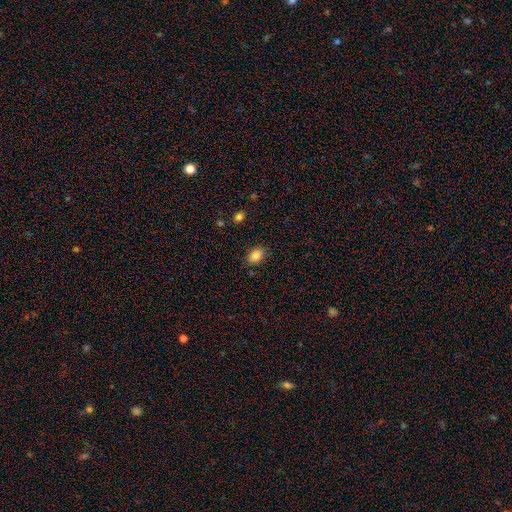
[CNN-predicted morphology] A smooth galaxy with no disk features (84%) that is in between round and cigar-shaped (78%).

Vote fractions:
- Smooth or featured? smooth: 84% / star or artifact: 9% / featured or disk: 7%
- How rounded? in between: 78% / round: 21% / cigar-shaped: 1%
- Merging? none: 85% / minor disturbance: 11% / major disturbance: 3% / merger: 2%